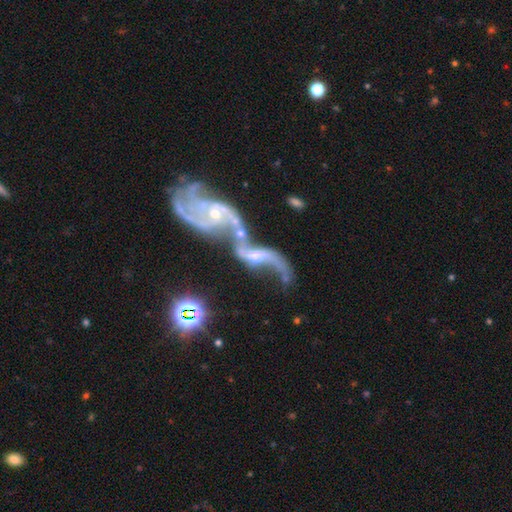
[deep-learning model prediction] Smooth or featured? Predicted: featured or disk (p=0.81). Edge-on disk? Predicted: no (p=0.95). Bar? Predicted: no (p=0.54). Spiral arms? Predicted: yes (p=0.84). Spiral winding? Predicted: loose (p=0.85). Spiral arm count? Predicted: 2 (p=0.68). Bulge size? Predicted: small (p=0.43). Merging? Predicted: merger (p=0.74).